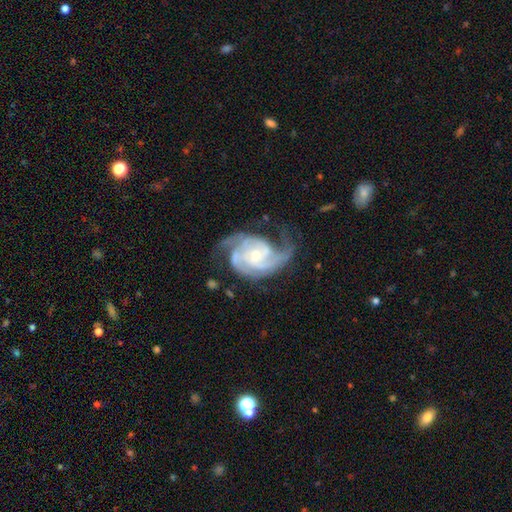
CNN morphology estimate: Smooth or featured? Predicted: featured or disk (p=0.91). Edge-on disk? Predicted: no (p=0.98). Bar? Predicted: no (p=0.59). Spiral arms? Predicted: yes (p=0.98). Spiral winding? Predicted: medium (p=0.46). Spiral arm count? Predicted: 2 (p=0.39). Bulge size? Predicted: small (p=0.51). Merging? Predicted: none (p=0.57).